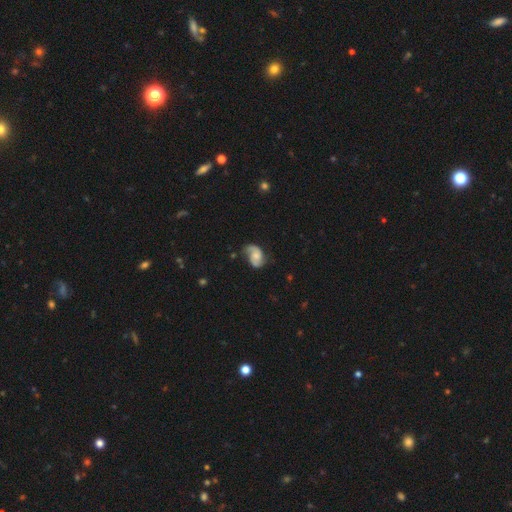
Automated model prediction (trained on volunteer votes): This is likely a featured or disk galaxy (67%). It is clearly not viewed edge-on (97%). Bar: likely no (67%). Spiral arm pattern: clearly yes (93%). Spiral arm count: likely 2 (76%). Spiral winding: marginally medium (42%). Central bulge: marginally small (44%). Merging: possibly none (56%).